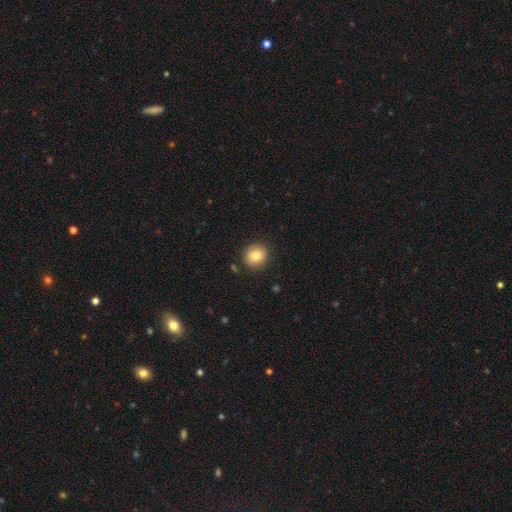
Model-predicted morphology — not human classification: The model was most divided on "how rounded": round: 84%, in between: 15%, cigar-shaped: 1%. More confident: merging — none (88%); smooth or featured — smooth (82%).